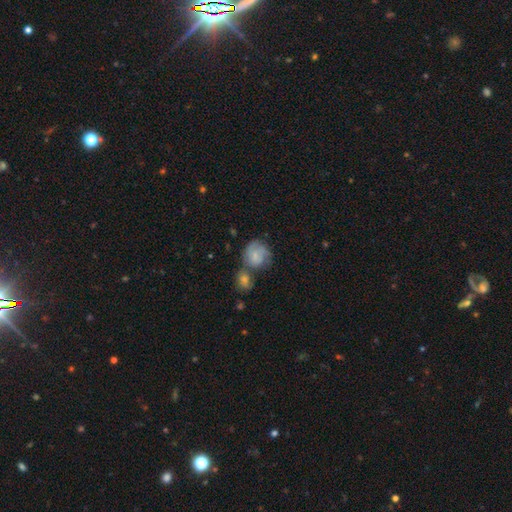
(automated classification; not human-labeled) smooth-or-featured: smooth: 52% | featured or disk: 40% | star or artifact: 8%
  how-rounded: round: 71% | in between: 28% | cigar-shaped: 1%
  merging: merger: 37% | none: 34% | minor disturbance: 18% | major disturbance: 11%